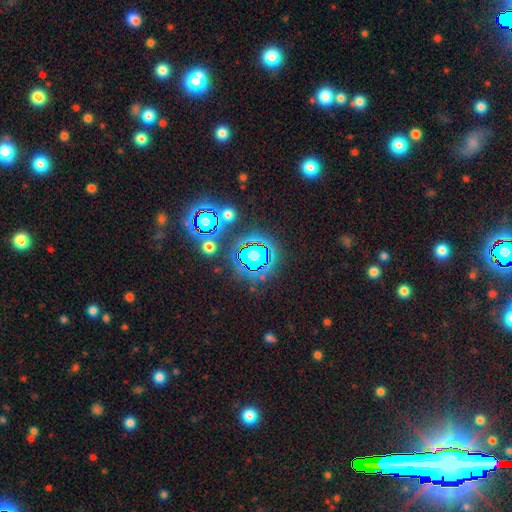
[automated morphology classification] smooth-or-featured: star or artifact: 74% | smooth: 16% | featured or disk: 10%